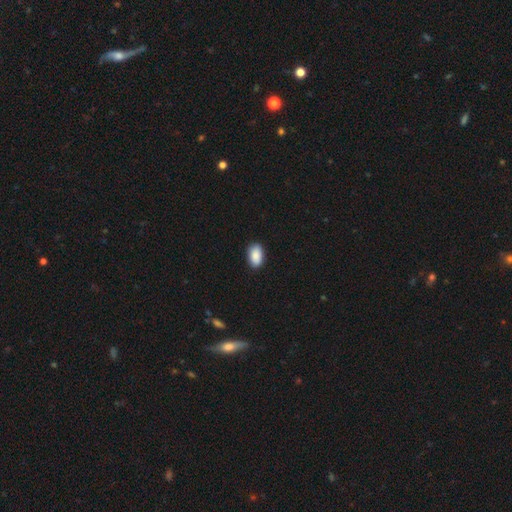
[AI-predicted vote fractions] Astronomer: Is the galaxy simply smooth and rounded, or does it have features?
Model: smooth — 90%.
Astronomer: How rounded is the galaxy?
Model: in between — 92%.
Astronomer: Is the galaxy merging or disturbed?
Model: none — 88%.